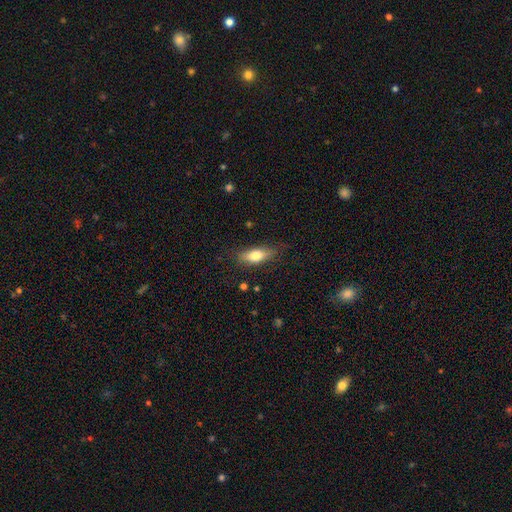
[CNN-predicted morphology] Smooth or featured? smooth (72%)
How rounded? in between (70%)
Merging? none (77%)